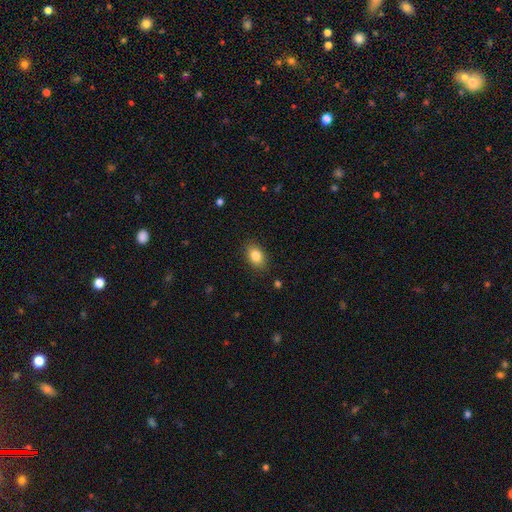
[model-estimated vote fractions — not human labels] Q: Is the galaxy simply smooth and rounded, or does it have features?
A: smooth — 84%.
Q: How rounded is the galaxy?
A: in between — 79%.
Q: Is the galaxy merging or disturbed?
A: none — 86%.